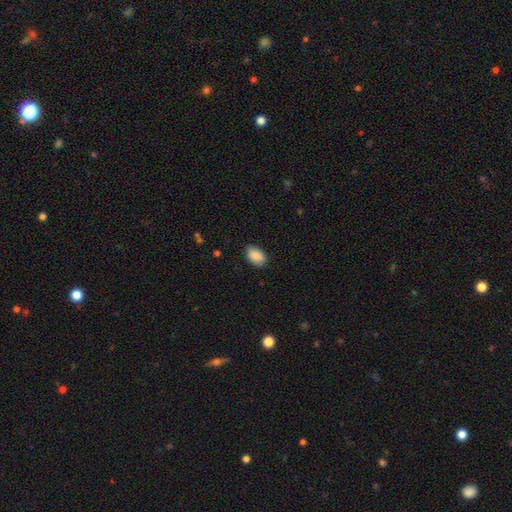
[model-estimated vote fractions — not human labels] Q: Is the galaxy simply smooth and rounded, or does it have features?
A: smooth — 88%.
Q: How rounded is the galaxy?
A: in between — 88%.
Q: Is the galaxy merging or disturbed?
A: none — 85%.